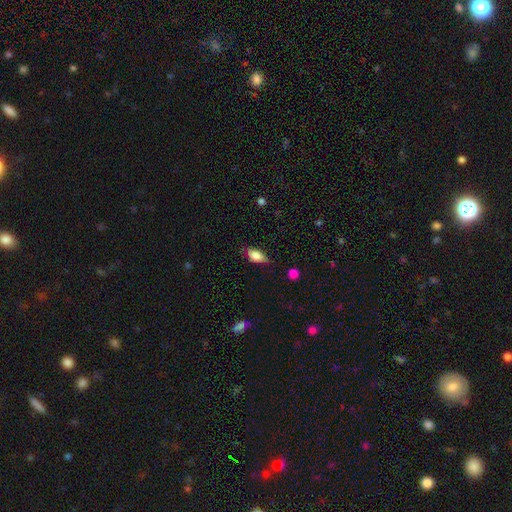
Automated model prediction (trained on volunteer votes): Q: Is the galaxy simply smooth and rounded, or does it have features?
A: smooth — 79%.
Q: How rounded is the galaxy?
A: in between — 87%.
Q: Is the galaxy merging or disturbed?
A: none — 69%.